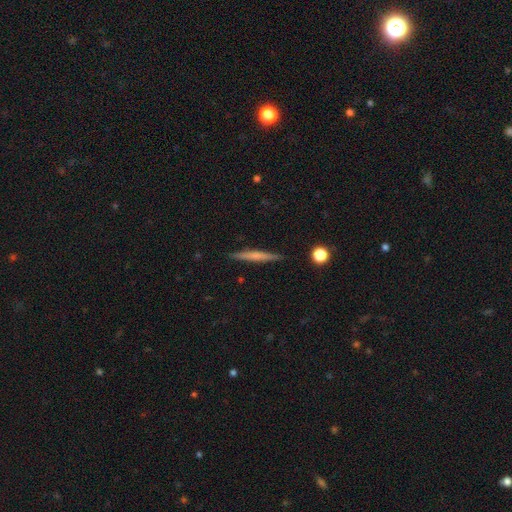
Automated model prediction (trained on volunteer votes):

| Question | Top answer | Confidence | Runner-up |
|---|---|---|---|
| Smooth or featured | featured or disk | 48% | smooth (46%) |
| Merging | none | 91% | minor disturbance (7%) |